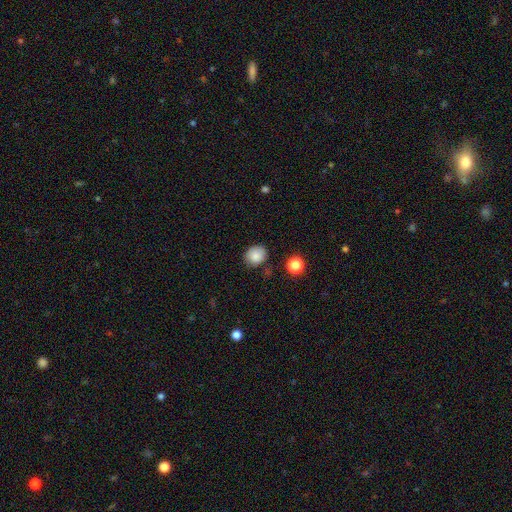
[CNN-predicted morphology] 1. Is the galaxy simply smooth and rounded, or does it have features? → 85% smooth, 9% star or artifact, 6% featured or disk.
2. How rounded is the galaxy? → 69% round, 30% in between, 1% cigar-shaped.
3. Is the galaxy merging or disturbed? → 78% none, 15% minor disturbance, 3% major disturbance, 3% merger.